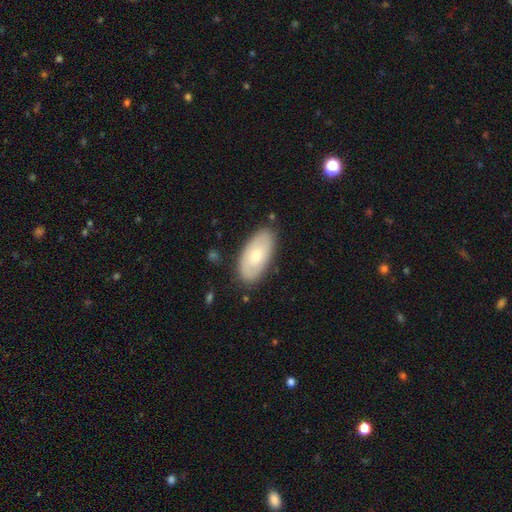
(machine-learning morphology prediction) Q: Smooth or featured?
A: smooth (63%); runner-up: featured or disk (32%)
Q: How rounded?
A: in between (94%); runner-up: cigar-shaped (3%)
Q: Merging?
A: none (82%); runner-up: minor disturbance (14%)